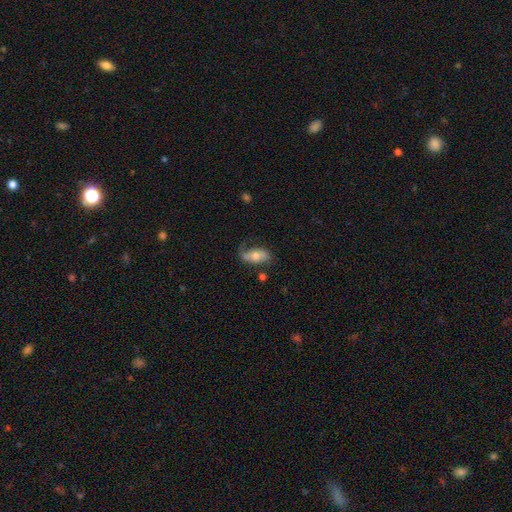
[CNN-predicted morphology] smooth-or-featured: smooth: 47% | featured or disk: 46% | star or artifact: 7%
  merging: none: 50% | minor disturbance: 28% | major disturbance: 18% | merger: 3%